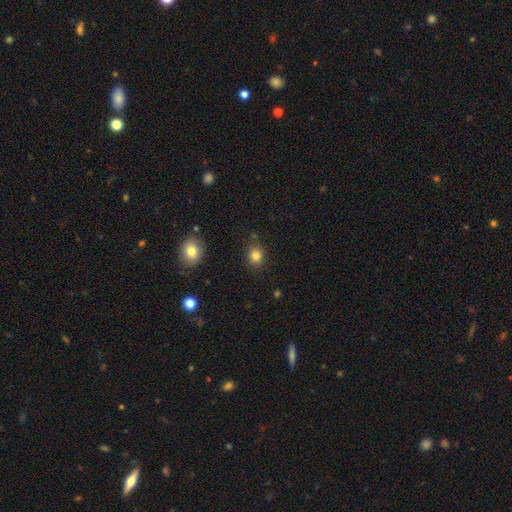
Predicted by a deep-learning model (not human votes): Smooth or featured? Predicted: smooth (p=0.82). How rounded? Predicted: round (p=0.69). Merging? Predicted: none (p=0.84).